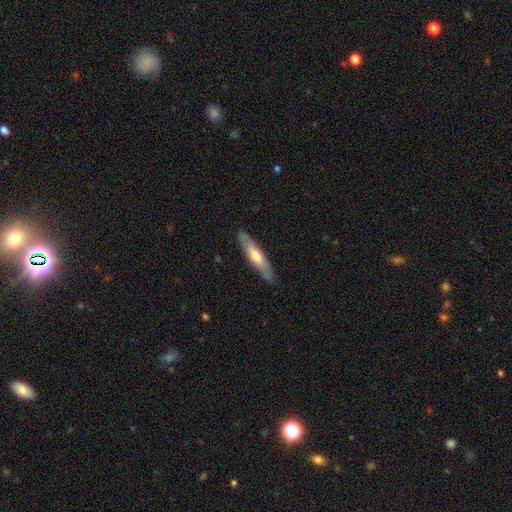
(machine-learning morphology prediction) Smooth or featured: smooth — 53% (featured or disk — 42%)
How rounded: cigar-shaped — 79% (in between — 20%)
Merging: none — 86% (minor disturbance — 11%)